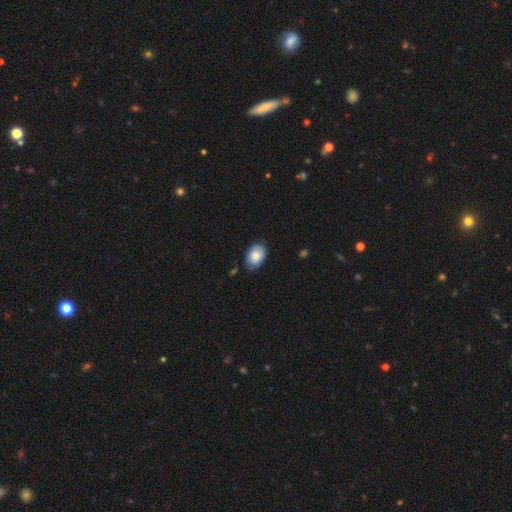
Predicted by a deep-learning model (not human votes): Q: Smooth or featured?
A: smooth (83%); runner-up: featured or disk (10%)
Q: How rounded?
A: in between (84%); runner-up: round (15%)
Q: Merging?
A: none (75%); runner-up: minor disturbance (20%)